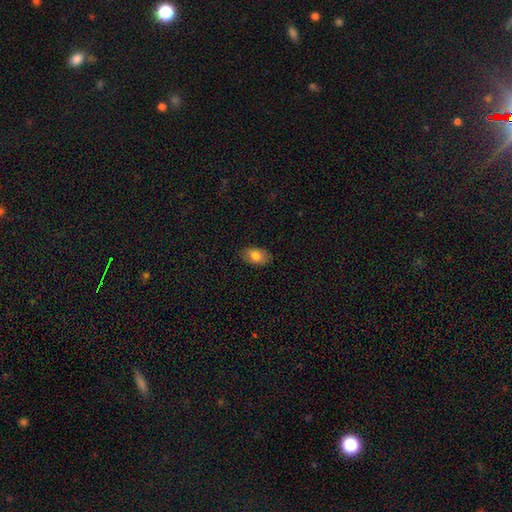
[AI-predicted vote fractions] Smooth or featured? Predicted: smooth (p=0.81). How rounded? Predicted: in between (p=0.92). Merging? Predicted: none (p=0.87).